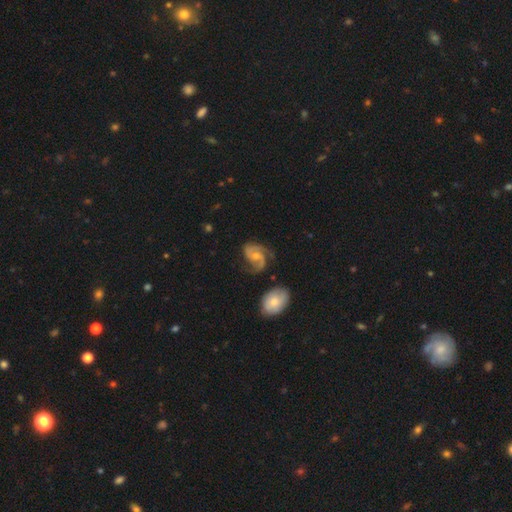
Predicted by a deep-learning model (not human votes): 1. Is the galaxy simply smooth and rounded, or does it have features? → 86% featured or disk, 9% smooth, 5% star or artifact.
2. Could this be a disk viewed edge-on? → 98% no, 2% yes.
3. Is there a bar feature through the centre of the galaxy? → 55% no, 38% weak, 8% strong.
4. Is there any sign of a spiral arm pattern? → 96% yes, 4% no.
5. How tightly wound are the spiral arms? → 53% medium, 28% loose, 19% tight.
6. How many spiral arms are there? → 84% 2, 5% 3, 5% 1, 4% can't tell, 1% 4, 1% more than 4.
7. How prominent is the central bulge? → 50% small, 43% moderate, 4% none, 2% large, 1% dominant.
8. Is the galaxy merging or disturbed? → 61% none, 22% minor disturbance, 12% major disturbance, 5% merger.